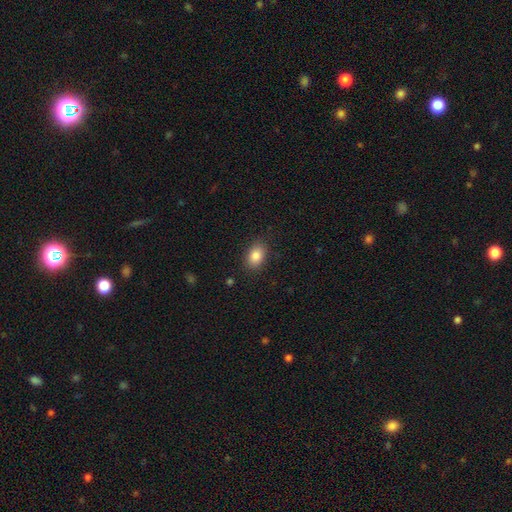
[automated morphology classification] smooth_or_featured: smooth (p=0.86) [alt: star or artifact p=0.08]
how_rounded: in between (p=0.82) [alt: round p=0.17]
merging: none (p=0.86) [alt: minor disturbance p=0.10]